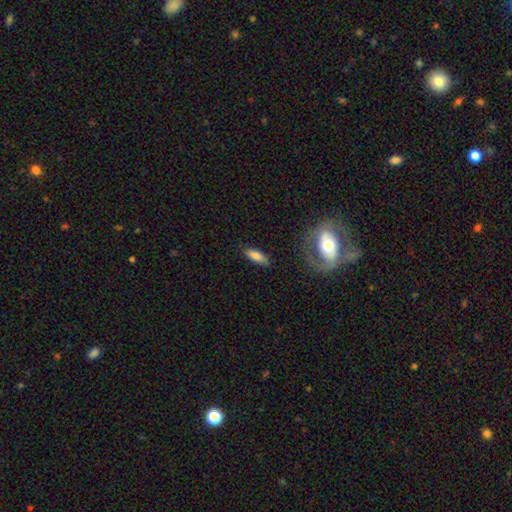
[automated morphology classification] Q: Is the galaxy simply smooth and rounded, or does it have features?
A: smooth — 79%.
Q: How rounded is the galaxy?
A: in between — 62%.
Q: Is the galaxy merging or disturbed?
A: none — 80%.